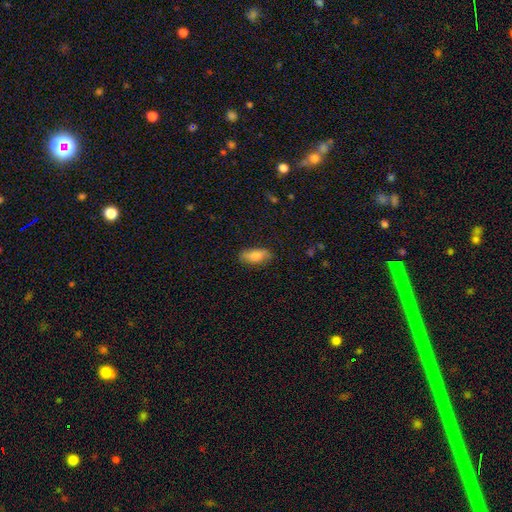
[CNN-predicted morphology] Smooth or featured: smooth — 74% (featured or disk — 19%)
How rounded: in between — 75% (cigar-shaped — 21%)
Merging: none — 81% (minor disturbance — 15%)